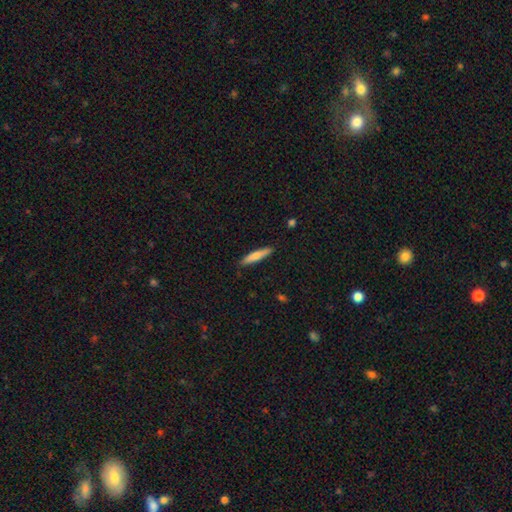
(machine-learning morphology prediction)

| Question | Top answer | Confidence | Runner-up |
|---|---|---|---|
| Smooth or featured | smooth | 70% | featured or disk (25%) |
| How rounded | cigar-shaped | 88% | in between (11%) |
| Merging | none | 89% | minor disturbance (8%) |